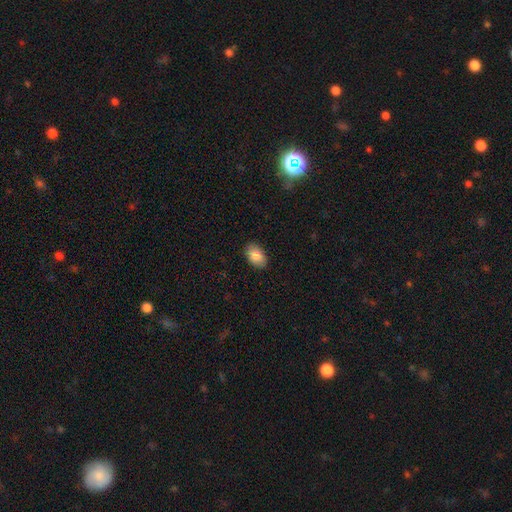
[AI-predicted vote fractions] Smooth or featured?
  - smooth: 86% *
  - star or artifact: 7%
  - featured or disk: 7%
How rounded?
  - in between: 91% *
  - round: 8%
  - cigar-shaped: 1%
Merging?
  - none: 88% *
  - minor disturbance: 9%
  - major disturbance: 2%
  - merger: 1%